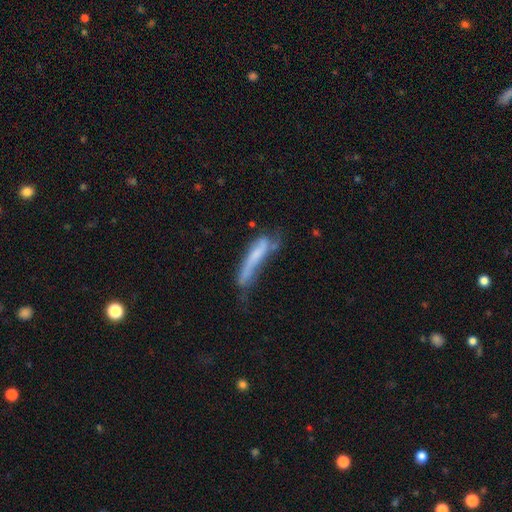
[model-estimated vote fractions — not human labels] A smooth galaxy with no disk features (50%). Merging: none (31%, tied with minor disturbance).